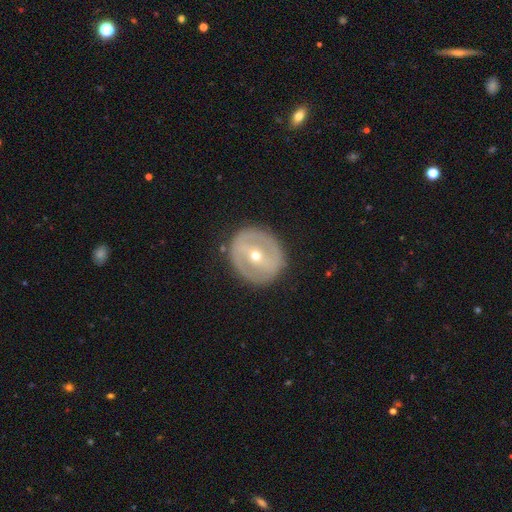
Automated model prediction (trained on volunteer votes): Smooth or featured?
  - featured or disk: 70% *
  - smooth: 24%
  - star or artifact: 6%
Edge-on disk?
  - no: 94% *
  - yes: 6%
Bar?
  - strong: 36% *
  - weak: 35%
  - no: 29%
Spiral arms?
  - no: 65% *
  - yes: 35%
Bulge size?
  - small: 56% *
  - moderate: 42%
  - large: 1%
  - none: 1%
  - dominant: 1%
Merging?
  - none: 83% *
  - minor disturbance: 11%
  - major disturbance: 4%
  - merger: 1%